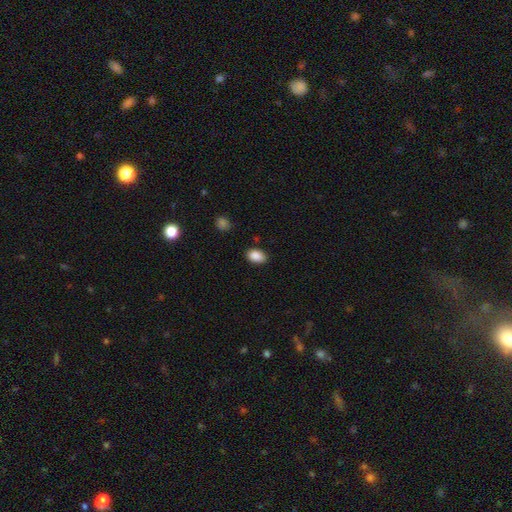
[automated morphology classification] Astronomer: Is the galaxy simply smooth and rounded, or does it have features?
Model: smooth — 89%.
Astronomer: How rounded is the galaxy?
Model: in between — 86%.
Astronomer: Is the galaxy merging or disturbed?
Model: none — 84%.